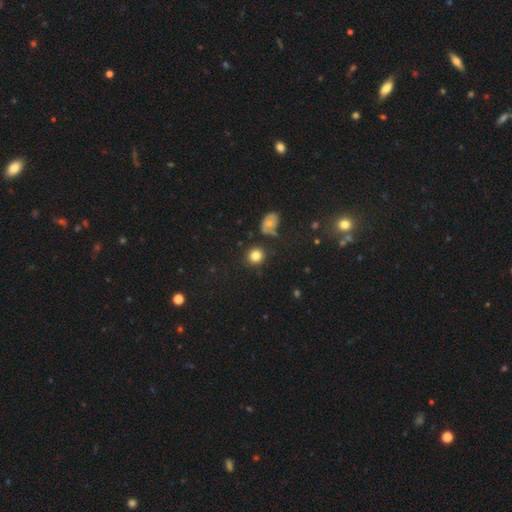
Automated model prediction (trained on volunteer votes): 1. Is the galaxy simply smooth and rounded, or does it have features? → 82% smooth, 11% star or artifact, 7% featured or disk.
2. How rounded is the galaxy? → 89% round, 10% in between, 1% cigar-shaped.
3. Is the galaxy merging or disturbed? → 84% none, 8% minor disturbance, 4% merger, 3% major disturbance.